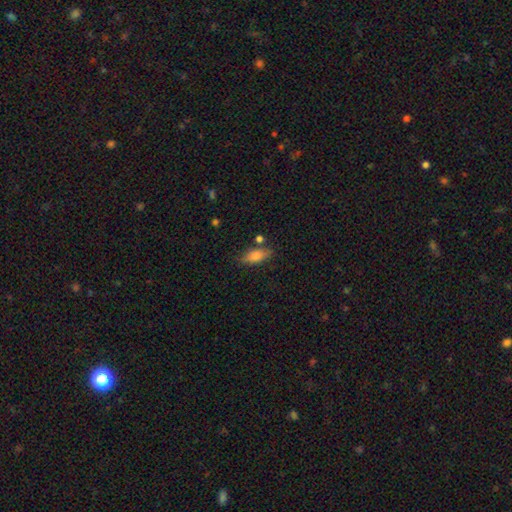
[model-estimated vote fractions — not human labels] Morphology: type=smooth (76%); roundness=in between (76%); merging=none (76%).